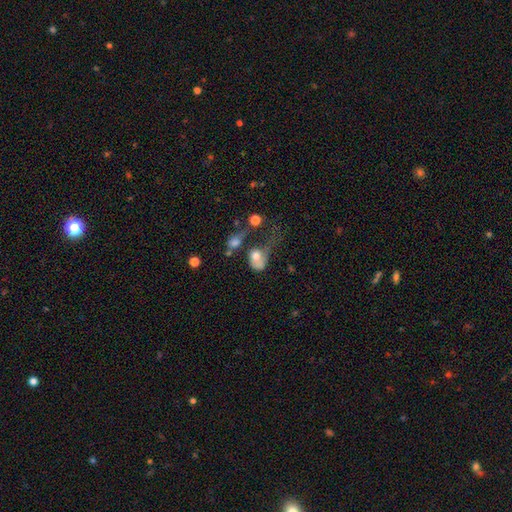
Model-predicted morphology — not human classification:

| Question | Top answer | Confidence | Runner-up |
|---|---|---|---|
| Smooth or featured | smooth | 66% | featured or disk (25%) |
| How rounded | in between | 59% | round (39%) |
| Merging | major disturbance | 44% | merger (29%) |